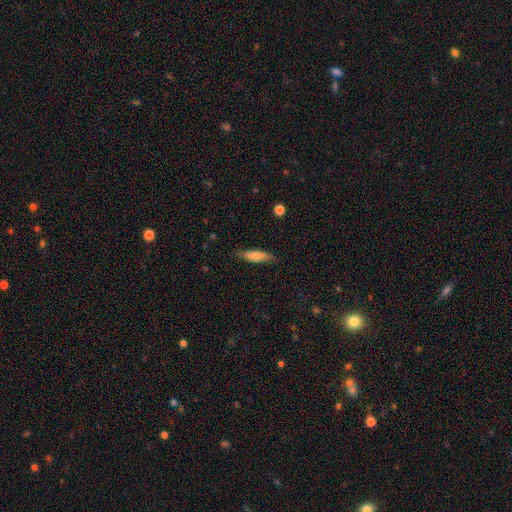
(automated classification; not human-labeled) A smooth galaxy with no disk features (73%) that is cigar-shaped (62%).

Vote fractions:
- Smooth or featured? smooth: 73% / featured or disk: 21% / star or artifact: 6%
- How rounded? cigar-shaped: 62% / in between: 36% / round: 2%
- Merging? none: 80% / minor disturbance: 15% / major disturbance: 3% / merger: 1%